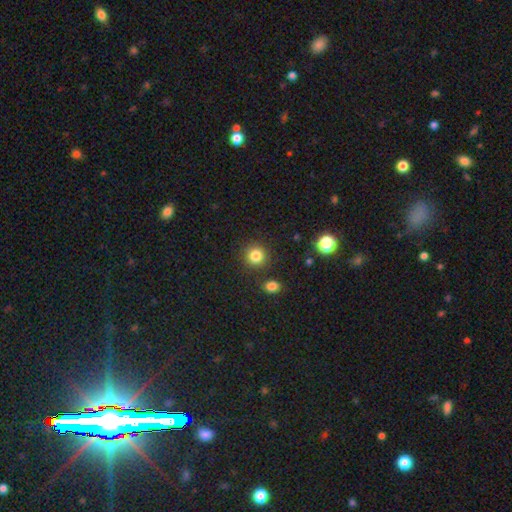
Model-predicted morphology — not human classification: Smooth or featured?
  - smooth: 83% *
  - star or artifact: 12%
  - featured or disk: 5%
How rounded?
  - round: 91% *
  - in between: 8%
  - cigar-shaped: 1%
Merging?
  - none: 87% *
  - minor disturbance: 7%
  - merger: 4%
  - major disturbance: 3%